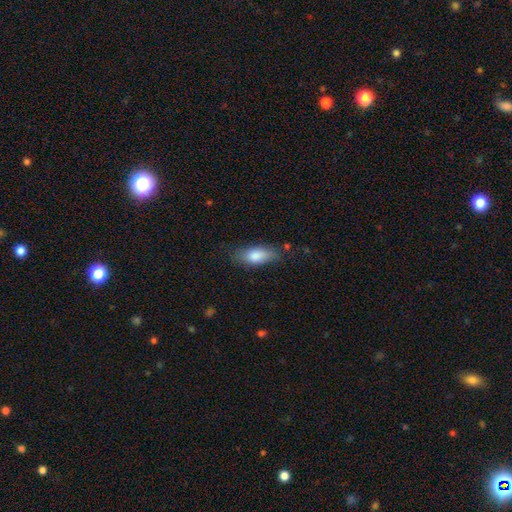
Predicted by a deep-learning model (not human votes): A smooth galaxy with no disk features (83%) that is in between round and cigar-shaped (83%).

Vote fractions:
- Smooth or featured? smooth: 83% / featured or disk: 11% / star or artifact: 7%
- How rounded? in between: 83% / cigar-shaped: 14% / round: 3%
- Merging? none: 73% / minor disturbance: 21% / major disturbance: 5% / merger: 2%